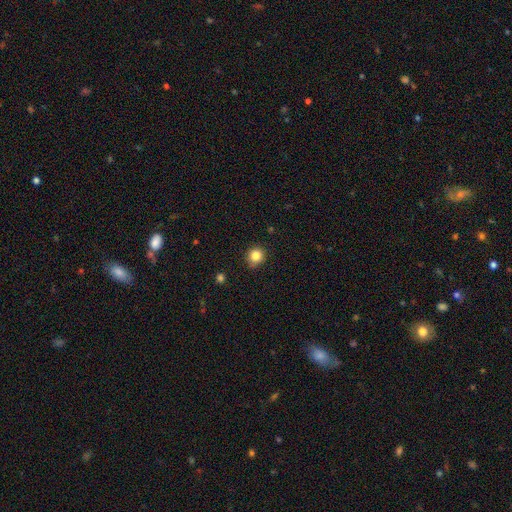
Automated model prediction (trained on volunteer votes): Smooth or featured?
  - smooth: 83% *
  - star or artifact: 12%
  - featured or disk: 5%
How rounded?
  - round: 87% *
  - in between: 12%
  - cigar-shaped: 1%
Merging?
  - none: 85% *
  - minor disturbance: 12%
  - major disturbance: 2%
  - merger: 1%